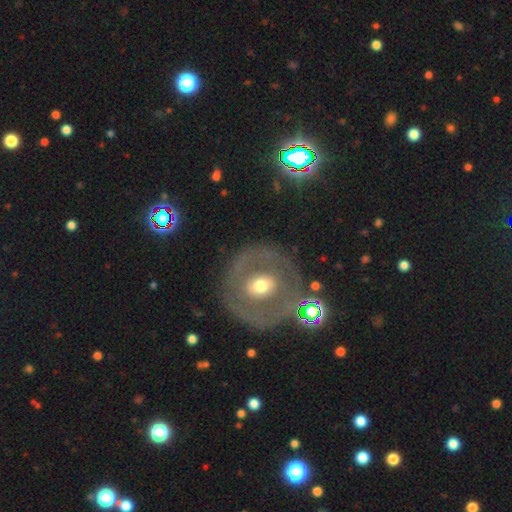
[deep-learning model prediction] The model was most divided on "spiral arms": no: 59%, yes: 41%. Remaining: edge-on disk — no (94%); merging — none (74%); smooth or featured — featured or disk (65%); bulge size — moderate (65%); bar — no (50%).